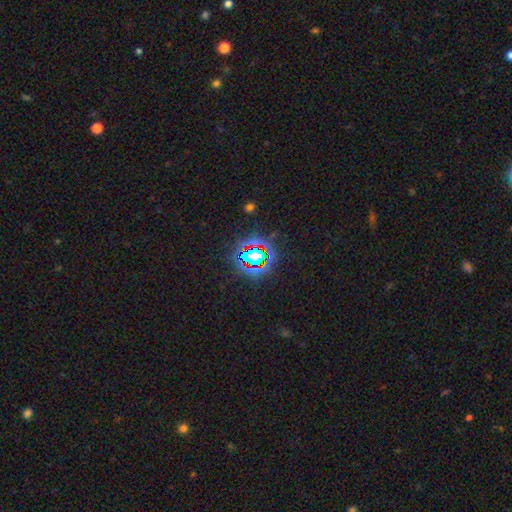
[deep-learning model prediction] A star or artifact, not a galaxy (73%).

Vote fractions:
- Smooth or featured? star or artifact: 73% / smooth: 17% / featured or disk: 10%